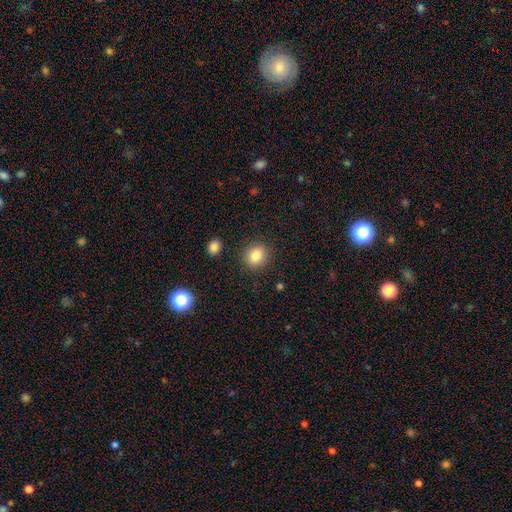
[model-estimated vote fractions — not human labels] This appears to be a smooth galaxy with no disk features (83%) that is round (80%). Merging: none (89%).